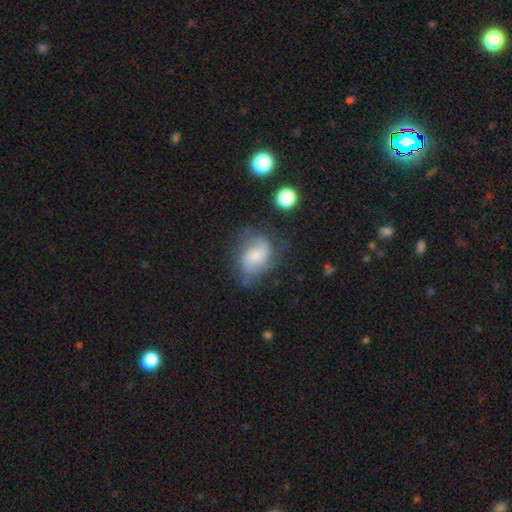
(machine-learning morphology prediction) smooth_or_featured: featured or disk (p=0.49) [alt: smooth p=0.41]
merging: none (p=0.45) [alt: minor disturbance p=0.28]